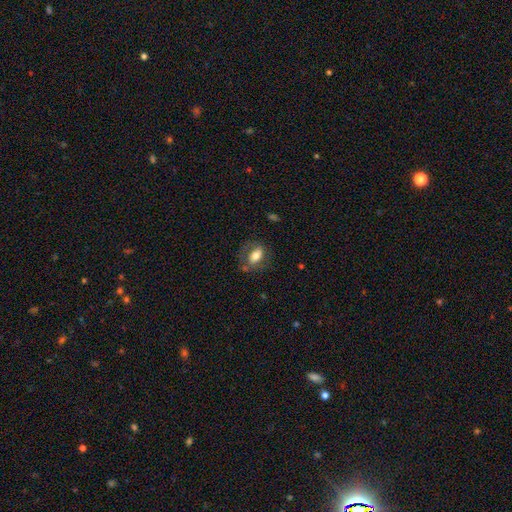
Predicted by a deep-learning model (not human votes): This appears to be a smooth galaxy with no disk features (65%) that is in between round and cigar-shaped (85%). Merging: none (64%).